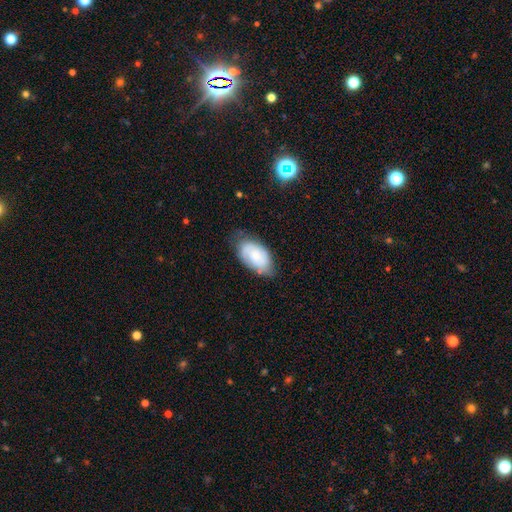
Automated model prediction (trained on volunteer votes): Smooth or featured? Predicted: smooth (p=0.56). How rounded? Predicted: in between (p=0.94). Merging? Predicted: none (p=0.64).